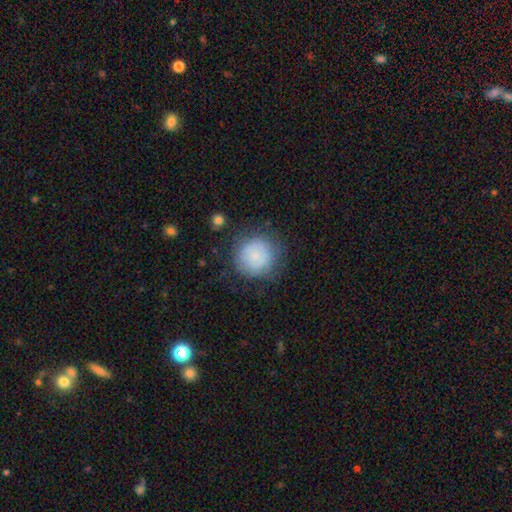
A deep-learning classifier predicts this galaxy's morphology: Overall: smooth (73%). How rounded: round (92%). Merging: none (72%).